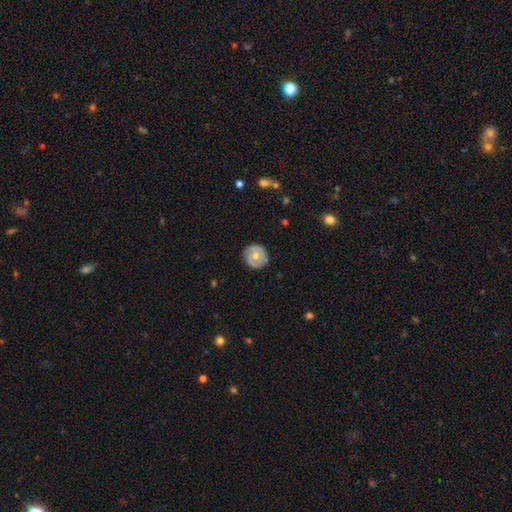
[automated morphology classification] Smooth or featured: featured or disk — 55% (smooth — 39%)
Edge-on disk: no — 96% (yes — 4%)
Bar: no — 76% (weak — 19%)
Spiral arms: no — 50% (tied with yes — 50%)
Bulge size: moderate — 75% (small — 19%)
Merging: none — 83% (minor disturbance — 13%)